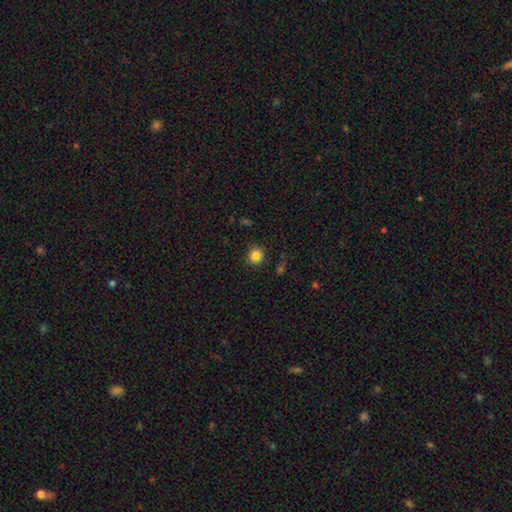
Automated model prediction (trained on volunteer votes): A smooth galaxy with no disk features (83%) that is round (90%). Merging: none (87%).